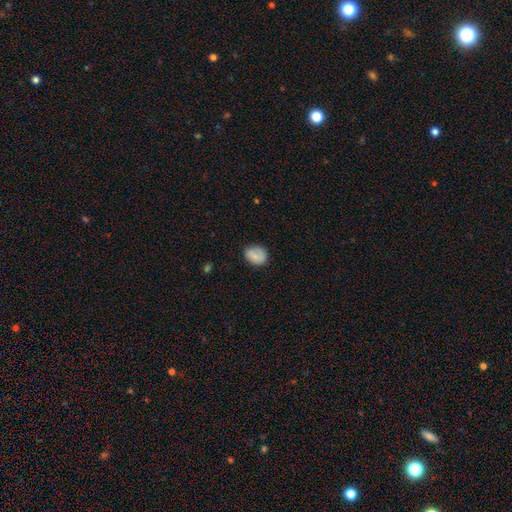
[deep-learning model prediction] The model was most divided on "how rounded": in between: 53%, round: 45%, cigar-shaped: 1%. More confident: smooth or featured — smooth (79%); merging — none (75%).